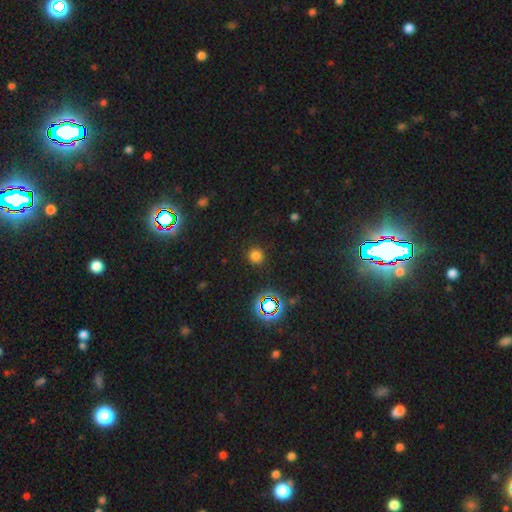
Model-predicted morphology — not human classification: This is likely a smooth galaxy (74%). How rounded: clearly round (93%). Merging: clearly none (90%).